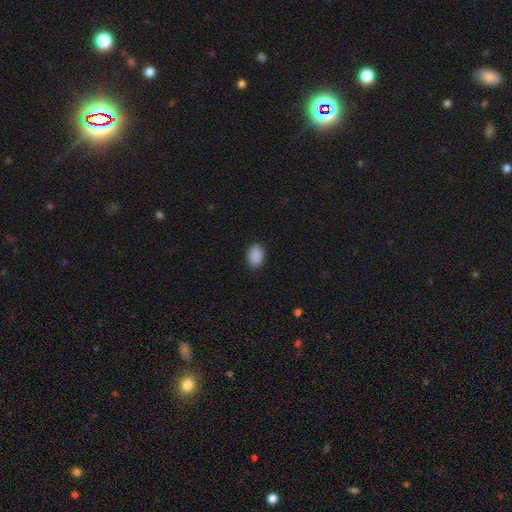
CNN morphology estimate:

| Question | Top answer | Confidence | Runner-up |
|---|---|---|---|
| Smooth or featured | smooth | 90% | star or artifact (8%) |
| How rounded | in between | 84% | round (15%) |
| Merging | none | 87% | minor disturbance (10%) |